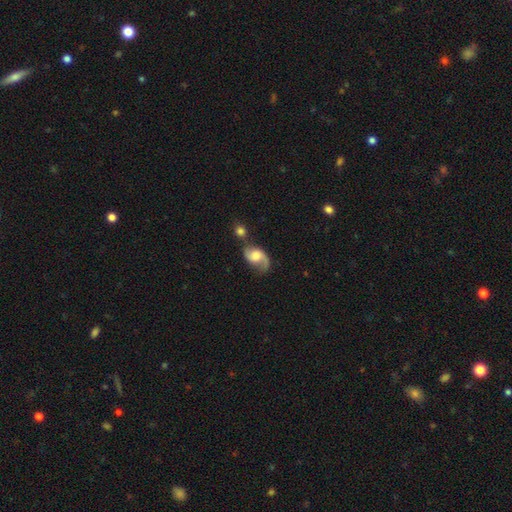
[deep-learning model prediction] smooth-or-featured: featured or disk: 75% | smooth: 18% | star or artifact: 7%
  disk-edge-on: no: 97% | yes: 3%
    bar: no: 59% | weak: 35% | strong: 6%
    has-spiral-arms: yes: 94% | no: 6%
      spiral-winding: loose: 56% | medium: 35% | tight: 9%
      spiral-arm-count: 2: 85% | 1: 9% | can't tell: 3% | 3: 1% | 4: 1% | more than 4: 1%
    bulge-size: moderate: 43% | large: 29% | small: 16% | none: 9% | dominant: 4%
  merging: none: 48% | merger: 24% | minor disturbance: 19% | major disturbance: 10%